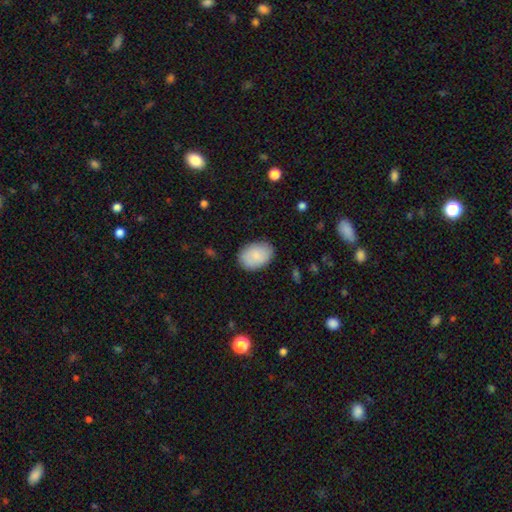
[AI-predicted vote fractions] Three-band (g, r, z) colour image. It shows a smooth galaxy with no disk features (84%) that is in between round and cigar-shaped (82%). Merging: none (84%).